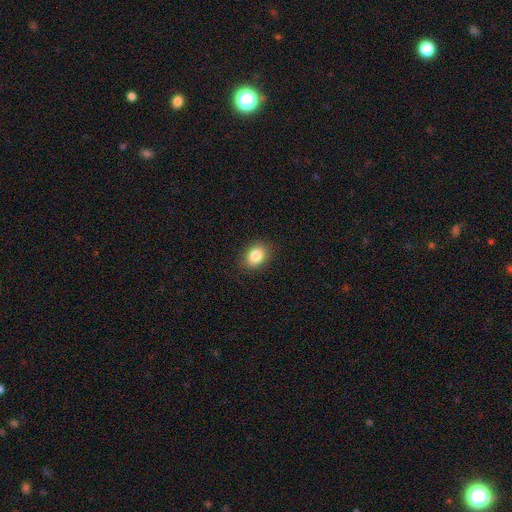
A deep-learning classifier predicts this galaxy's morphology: This is clearly a smooth galaxy (85%). How rounded: likely in between (64%). Merging: clearly none (88%).